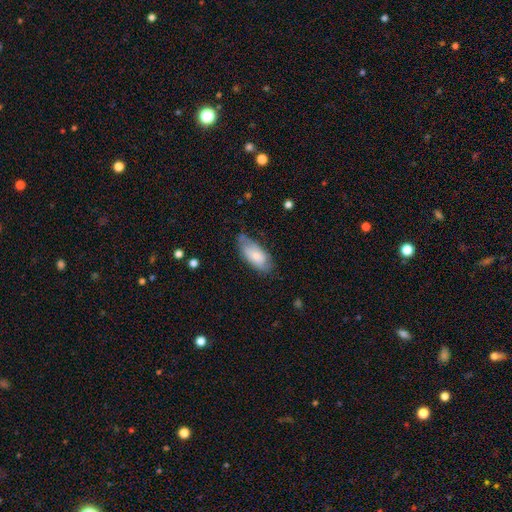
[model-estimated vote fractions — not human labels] smooth-or-featured: smooth: 66% | featured or disk: 28% | star or artifact: 6%
  how-rounded: in between: 88% | cigar-shaped: 9% | round: 2%
  merging: none: 57% | minor disturbance: 32% | major disturbance: 9% | merger: 2%